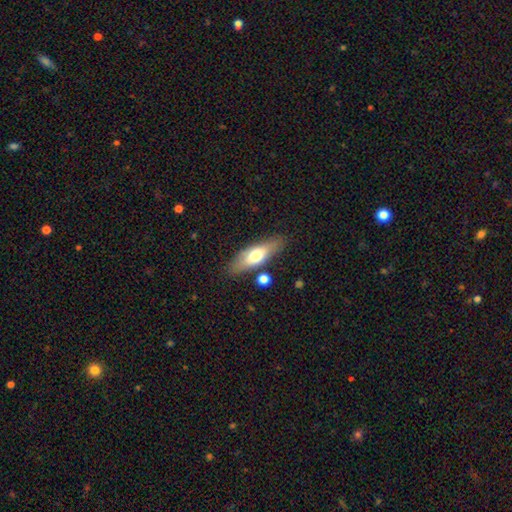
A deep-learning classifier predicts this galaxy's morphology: Q: Smooth or featured?
A: smooth (60%); runner-up: featured or disk (34%)
Q: How rounded?
A: in between (50%); runner-up: cigar-shaped (48%)
Q: Merging?
A: none (80%); runner-up: minor disturbance (12%)